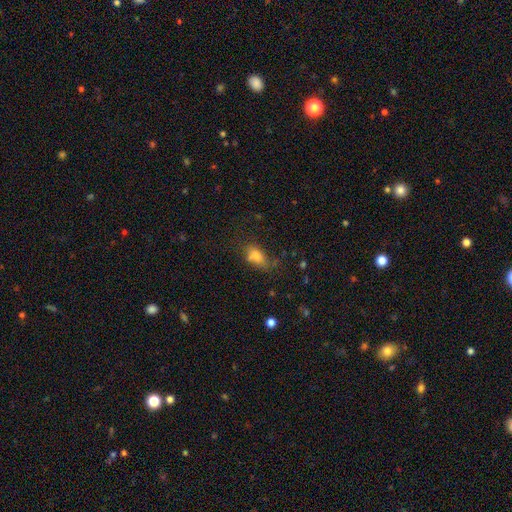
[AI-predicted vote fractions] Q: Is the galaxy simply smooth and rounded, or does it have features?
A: smooth — 74%.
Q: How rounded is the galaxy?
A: in between — 81%.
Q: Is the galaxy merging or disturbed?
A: none — 49%.